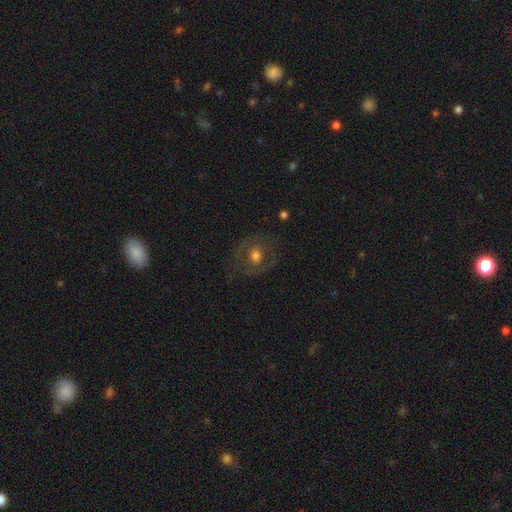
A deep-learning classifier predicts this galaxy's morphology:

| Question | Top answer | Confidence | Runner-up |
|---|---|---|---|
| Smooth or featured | featured or disk | 51% | smooth (39%) |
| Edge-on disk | no | 95% | yes (5%) |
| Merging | none | 69% | minor disturbance (17%) |